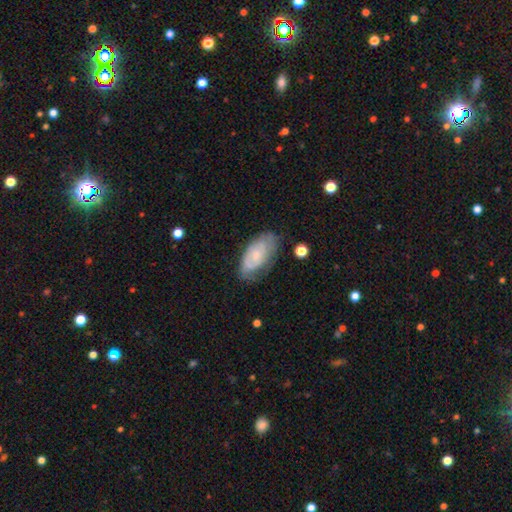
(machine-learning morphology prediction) smooth-or-featured: featured or disk: 51% | smooth: 42% | star or artifact: 7%
  disk-edge-on: no: 92% | yes: 8%
  merging: none: 63% | minor disturbance: 26% | major disturbance: 9% | merger: 2%